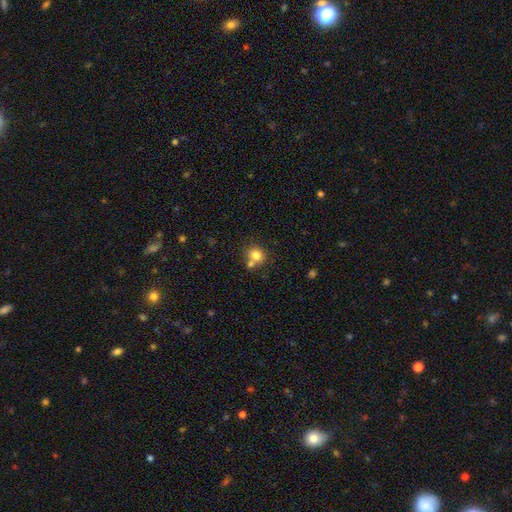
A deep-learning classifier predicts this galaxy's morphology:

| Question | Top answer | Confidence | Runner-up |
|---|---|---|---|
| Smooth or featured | smooth | 79% | star or artifact (11%) |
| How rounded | round | 71% | in between (28%) |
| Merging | none | 55% | merger (30%) |